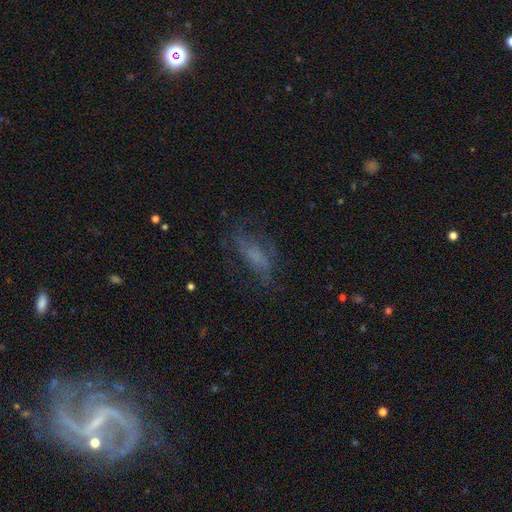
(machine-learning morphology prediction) A featured or disk galaxy (42%).

Vote fractions:
- Smooth or featured? featured or disk: 42% / smooth: 40% / star or artifact: 18%
- Merging? none: 52% / major disturbance: 25% / minor disturbance: 21% / merger: 2%